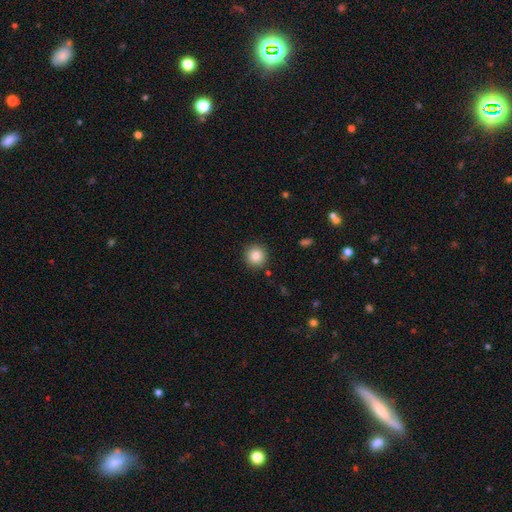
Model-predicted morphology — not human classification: This is clearly a smooth galaxy (85%). How rounded: clearly round (94%). Merging: clearly none (90%).